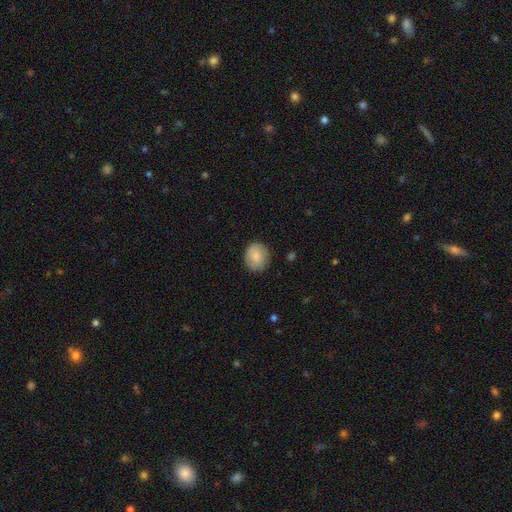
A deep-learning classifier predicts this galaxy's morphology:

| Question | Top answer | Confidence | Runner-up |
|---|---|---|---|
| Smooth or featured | smooth | 82% | featured or disk (11%) |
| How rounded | round | 70% | in between (29%) |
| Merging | none | 84% | minor disturbance (12%) |